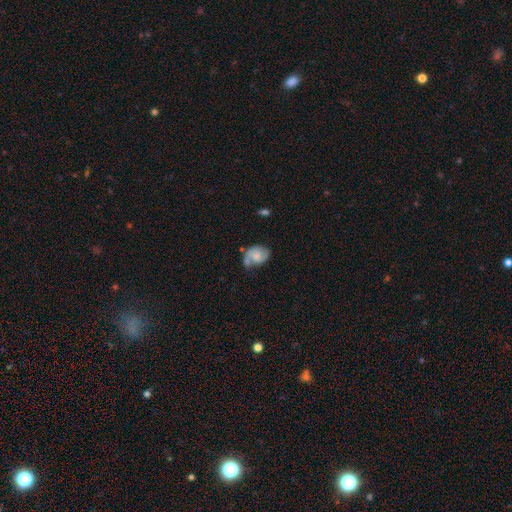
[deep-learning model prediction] Q: Smooth or featured?
A: smooth (51%); runner-up: featured or disk (41%)
Q: How rounded?
A: in between (63%); runner-up: round (36%)
Q: Merging?
A: none (40%); runner-up: minor disturbance (30%)